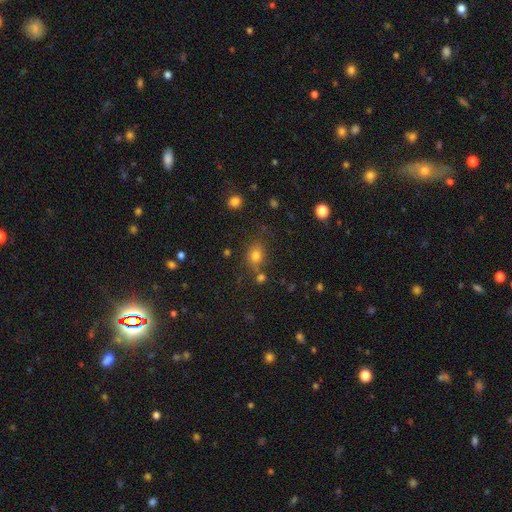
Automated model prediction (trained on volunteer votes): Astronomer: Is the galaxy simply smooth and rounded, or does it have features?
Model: smooth — 77%.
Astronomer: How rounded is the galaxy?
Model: round — 56% (runner-up: in between, 43%).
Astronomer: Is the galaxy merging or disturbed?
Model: none — 69%.